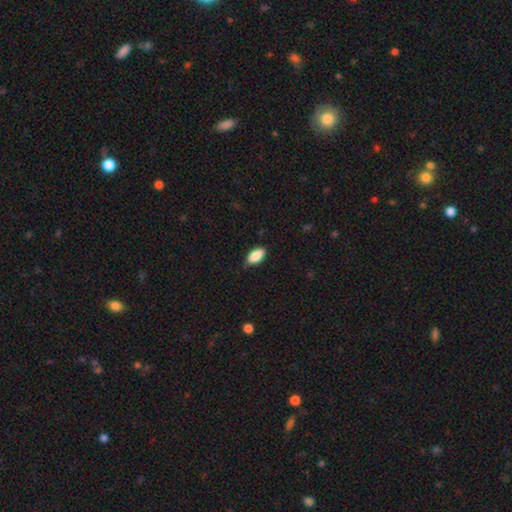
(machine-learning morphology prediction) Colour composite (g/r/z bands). It shows a smooth galaxy with no disk features (87%) that is in between round and cigar-shaped (92%). Merging: none (81%).